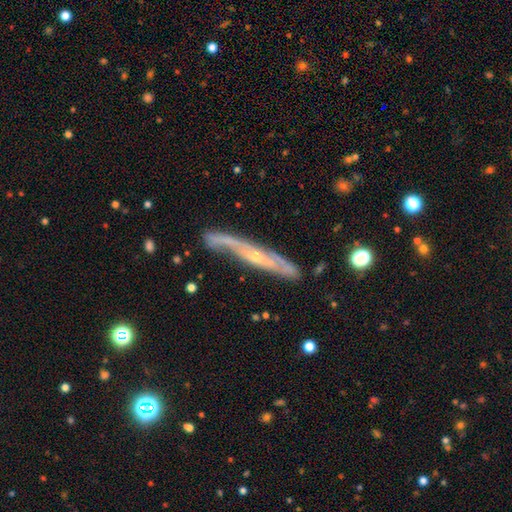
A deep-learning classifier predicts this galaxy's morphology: Smooth or featured? Predicted: featured or disk (p=0.76). Edge-on disk? Predicted: yes (p=0.70). Edge-on bulge? Predicted: rounded (p=0.64). Merging? Predicted: none (p=0.65).